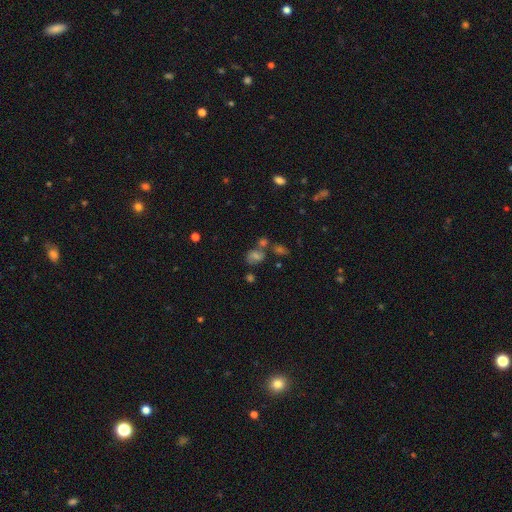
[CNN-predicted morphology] Q: Smooth or featured?
A: smooth (49%); runner-up: star or artifact (31%)
Q: Merging?
A: none (51%); runner-up: merger (26%)